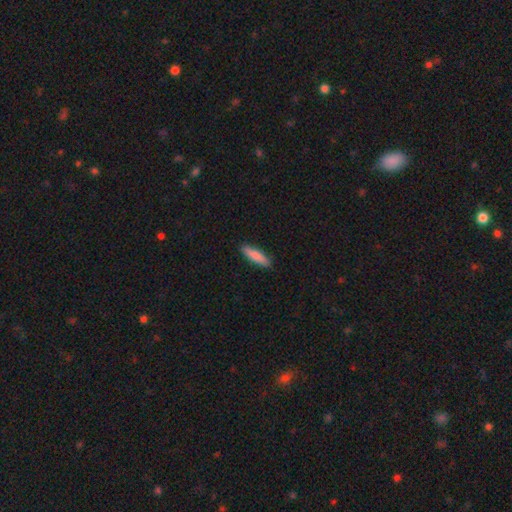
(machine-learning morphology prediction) Smooth or featured?
  - smooth: 80% *
  - featured or disk: 15%
  - star or artifact: 5%
How rounded?
  - cigar-shaped: 74% *
  - in between: 24%
  - round: 2%
Merging?
  - none: 90% *
  - minor disturbance: 7%
  - major disturbance: 1%
  - merger: 1%